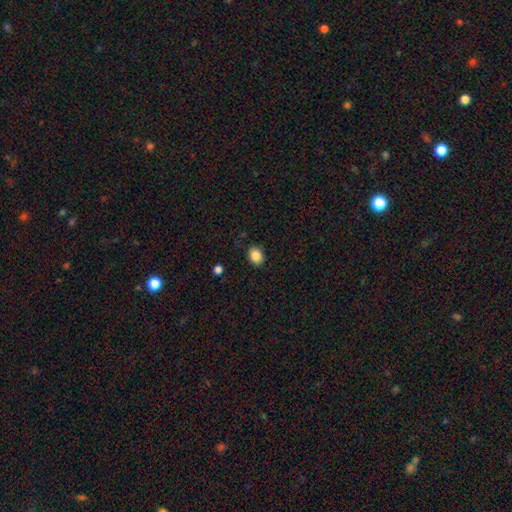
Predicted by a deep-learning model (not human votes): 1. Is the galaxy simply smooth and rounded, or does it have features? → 86% smooth, 9% star or artifact, 5% featured or disk.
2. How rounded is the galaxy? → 55% in between, 45% round, 1% cigar-shaped.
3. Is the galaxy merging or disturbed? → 87% none, 10% minor disturbance, 2% major disturbance, 1% merger.